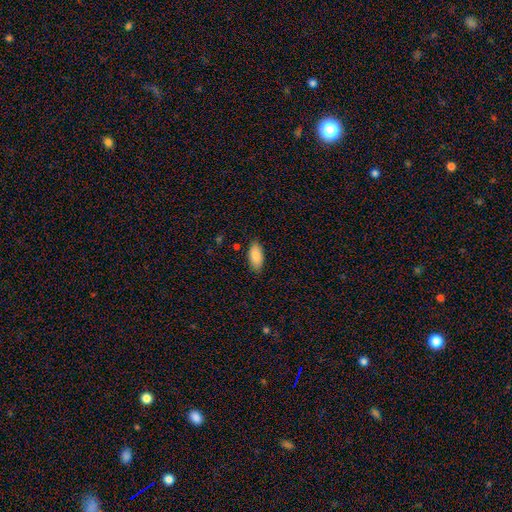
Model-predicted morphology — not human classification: This is clearly a smooth galaxy (86%). How rounded: clearly in between (91%). Merging: clearly none (86%).